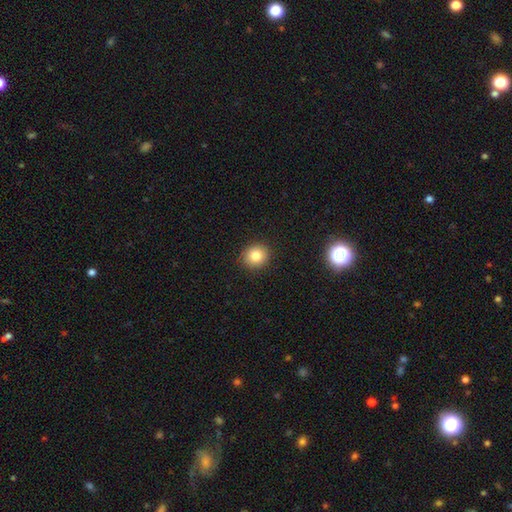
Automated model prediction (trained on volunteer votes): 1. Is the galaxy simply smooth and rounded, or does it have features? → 82% smooth, 11% star or artifact, 7% featured or disk.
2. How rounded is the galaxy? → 83% round, 16% in between, 1% cigar-shaped.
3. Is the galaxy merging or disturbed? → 90% none, 7% minor disturbance, 2% major disturbance, 1% merger.